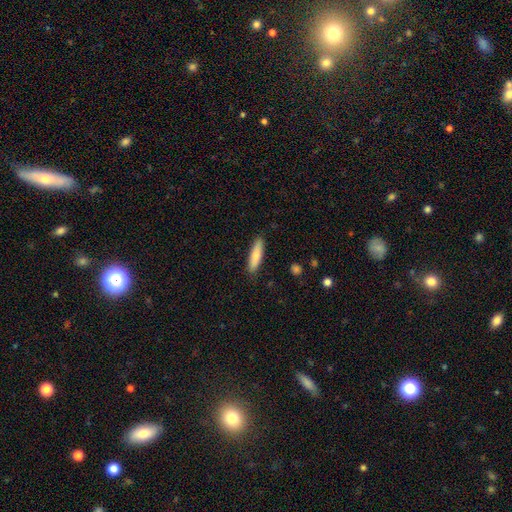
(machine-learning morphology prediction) Overall: smooth (80%). How rounded: cigar-shaped (71%). Merging: none (88%).